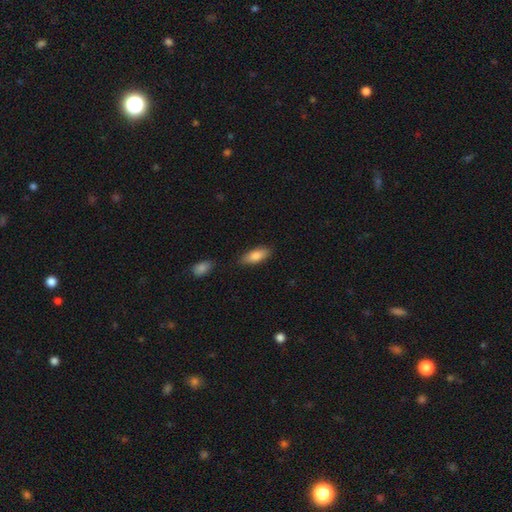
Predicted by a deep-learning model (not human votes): A smooth galaxy with no disk features (83%) that is in between round and cigar-shaped (76%). Merging: none (80%).